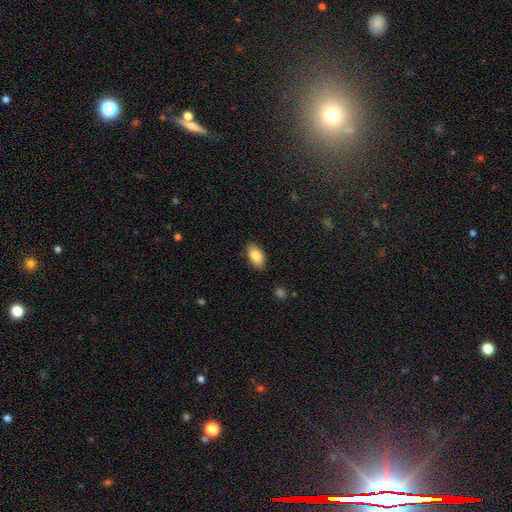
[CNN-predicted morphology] Smooth or featured? smooth (85%)
How rounded? in between (93%)
Merging? none (86%)